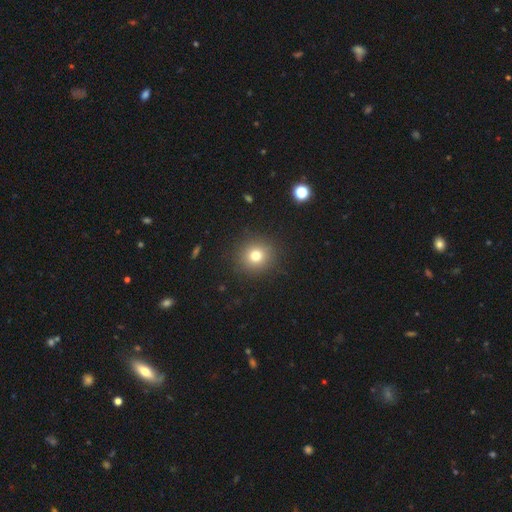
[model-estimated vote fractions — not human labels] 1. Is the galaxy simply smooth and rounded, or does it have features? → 76% smooth, 14% star or artifact, 10% featured or disk.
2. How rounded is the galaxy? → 90% round, 9% in between, 1% cigar-shaped.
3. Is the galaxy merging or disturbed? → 90% none, 6% minor disturbance, 2% major disturbance, 1% merger.